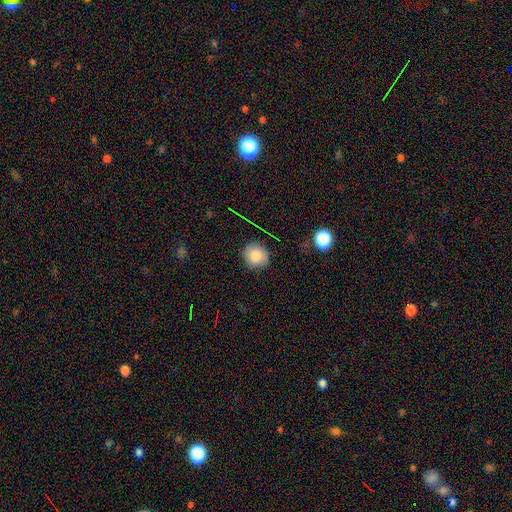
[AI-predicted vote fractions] smooth-or-featured: smooth: 80% | star or artifact: 11% | featured or disk: 9%
  how-rounded: round: 85% | in between: 14% | cigar-shaped: 1%
  merging: none: 84% | minor disturbance: 12% | major disturbance: 3% | merger: 1%